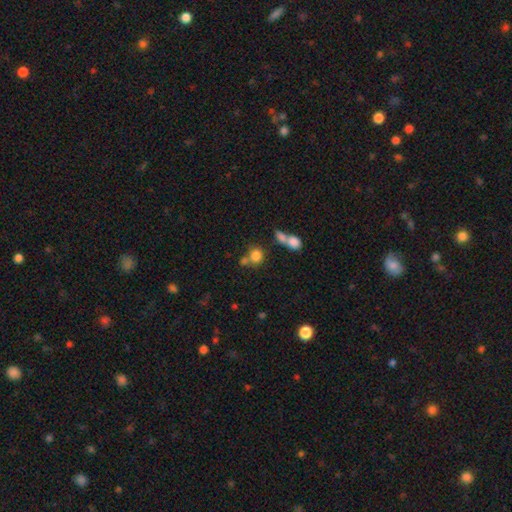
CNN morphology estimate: This appears to be a smooth galaxy with no disk features (79%) that is round (80%). Merging: none (50%).